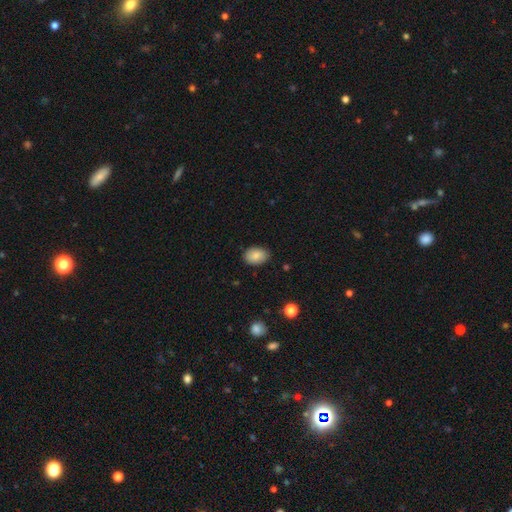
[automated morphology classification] Overall: smooth (86%). How rounded: in between (82%). Merging: none (84%).